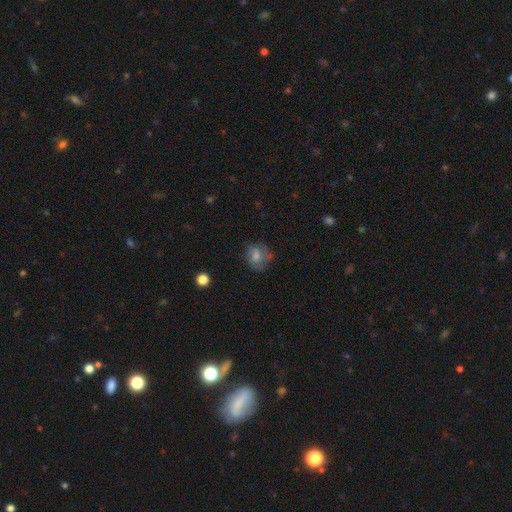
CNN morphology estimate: type=smooth (61%); roundness=round (63%); merging=none (58%).